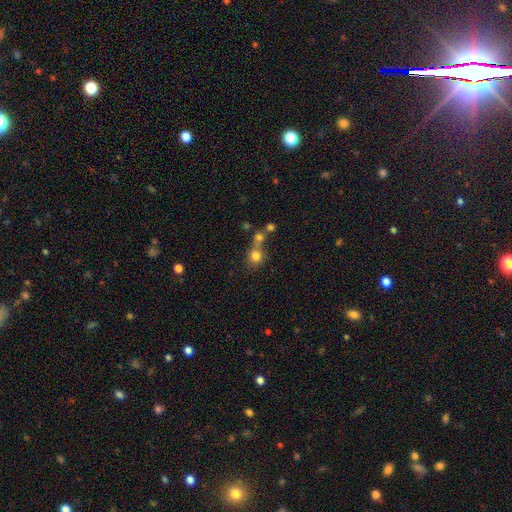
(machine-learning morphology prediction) smooth-or-featured: smooth: 76% | star or artifact: 14% | featured or disk: 11%
  how-rounded: round: 86% | in between: 13% | cigar-shaped: 1%
  merging: none: 47% | merger: 40% | minor disturbance: 8% | major disturbance: 5%